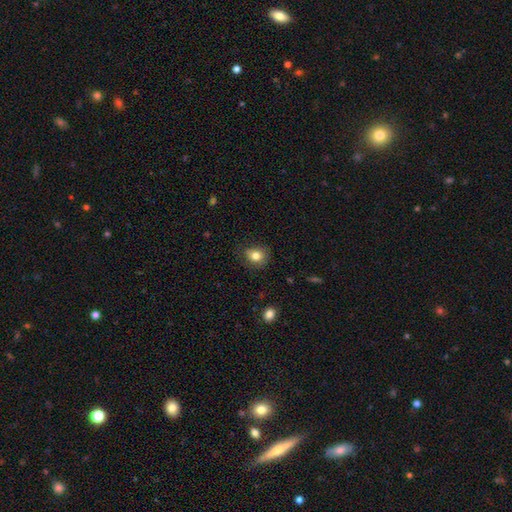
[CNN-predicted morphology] A smooth galaxy with no disk features (81%) that is round (70%). Merging: none (77%).